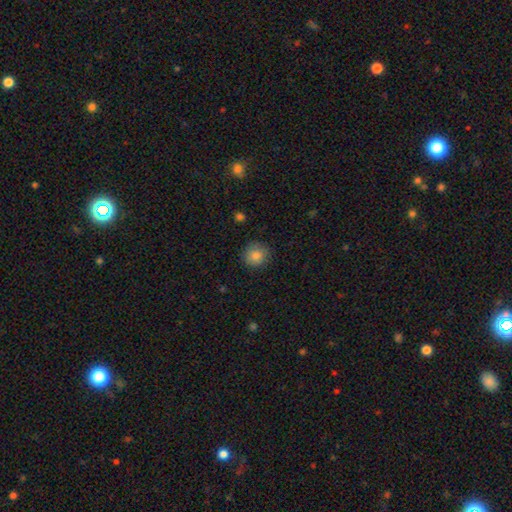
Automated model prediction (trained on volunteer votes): A smooth galaxy with no disk features (83%) that is round (91%). Merging: none (84%).